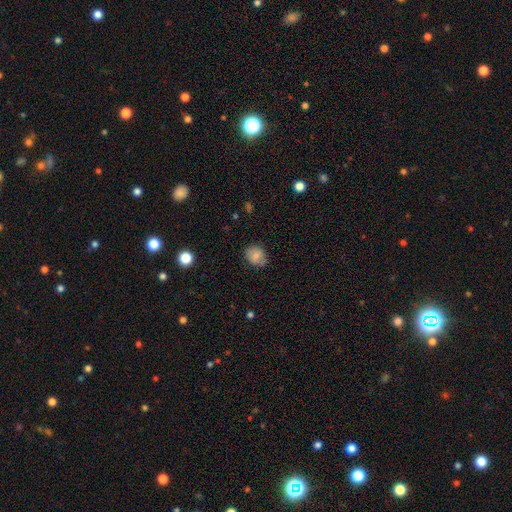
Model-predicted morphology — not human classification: Smooth or featured?
  - smooth: 77% *
  - featured or disk: 14%
  - star or artifact: 9%
How rounded?
  - round: 61% *
  - in between: 38%
  - cigar-shaped: 1%
Merging?
  - none: 80% *
  - minor disturbance: 16%
  - major disturbance: 3%
  - merger: 1%